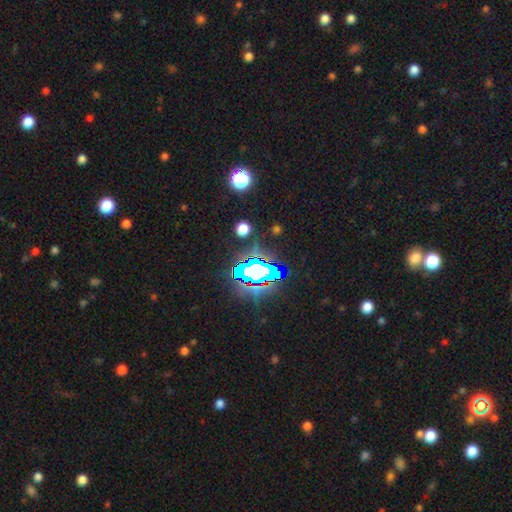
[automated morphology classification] star or artifact 80%, smooth 12%, featured or disk 8%.